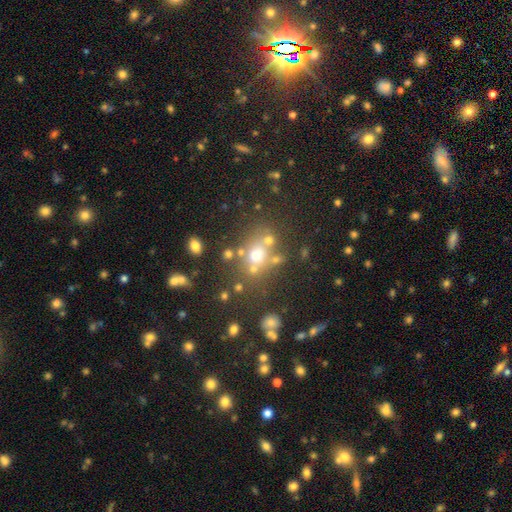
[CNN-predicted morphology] Smooth or featured? smooth (56%)
How rounded? round (67%)
Merging? none (60%)